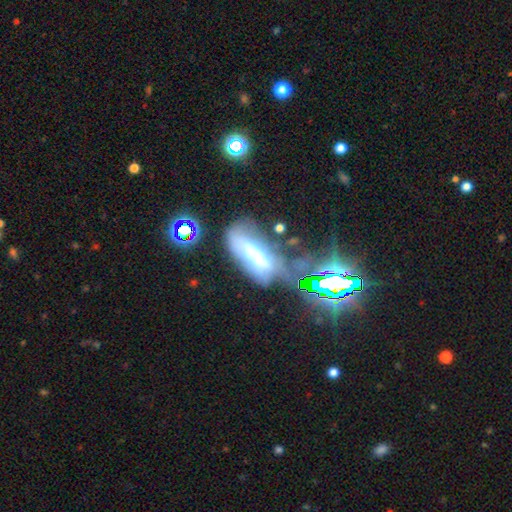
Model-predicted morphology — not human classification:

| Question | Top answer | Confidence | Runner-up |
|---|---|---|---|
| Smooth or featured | smooth | 41% | featured or disk (39%) |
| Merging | merger | 31% | major disturbance (27%) |